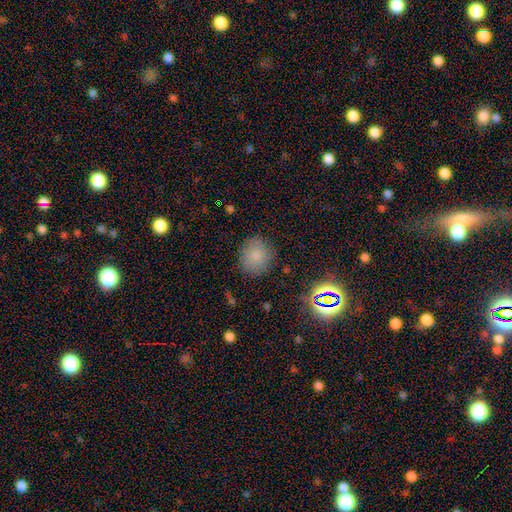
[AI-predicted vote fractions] Overall: smooth (80%). How rounded: round (81%). Merging: none (84%).